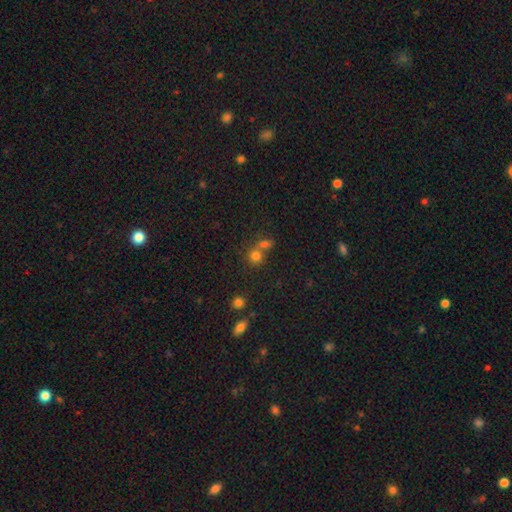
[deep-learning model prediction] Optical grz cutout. It shows a smooth galaxy with no disk features (75%) that is round (81%). Merging: none (46%).